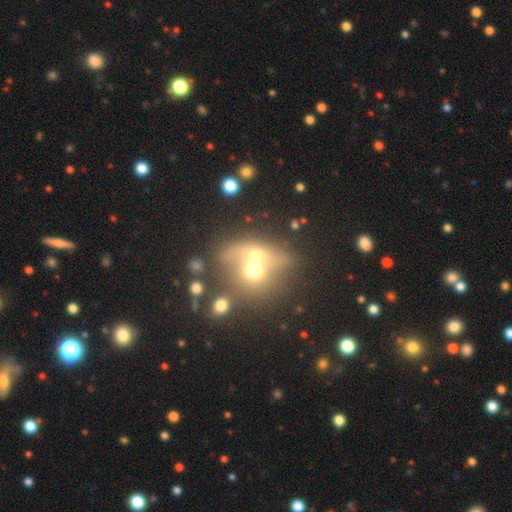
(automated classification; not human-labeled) Smooth or featured? Predicted: smooth (p=0.57). How rounded? Predicted: round (p=0.62). Merging? Predicted: merger (p=0.66).